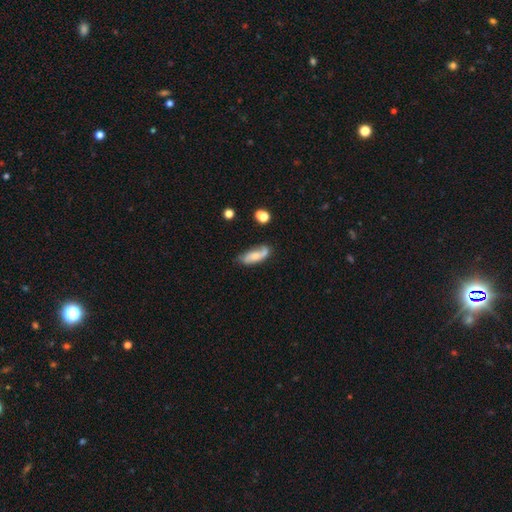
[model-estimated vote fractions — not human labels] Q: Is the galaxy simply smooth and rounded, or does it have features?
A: smooth — 53%.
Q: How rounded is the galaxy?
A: in between — 70%.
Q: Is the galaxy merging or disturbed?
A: none — 54%.